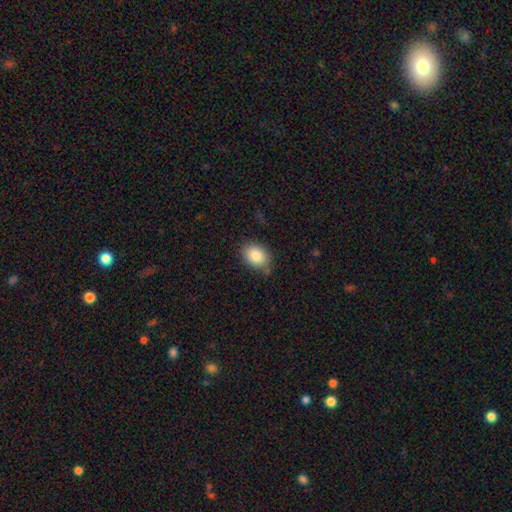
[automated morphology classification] Smooth or featured?
  - smooth: 86% *
  - star or artifact: 8%
  - featured or disk: 7%
How rounded?
  - in between: 71% *
  - round: 27%
  - cigar-shaped: 1%
Merging?
  - none: 78% *
  - minor disturbance: 17%
  - major disturbance: 3%
  - merger: 2%